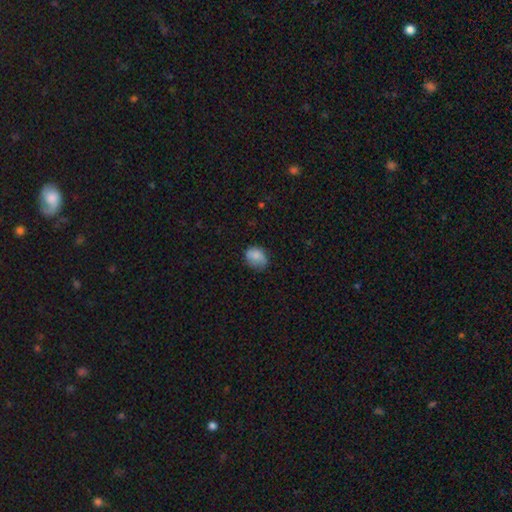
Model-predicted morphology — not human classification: Smooth or featured: smooth — 80% (featured or disk — 11%)
How rounded: in between — 54% (round — 45%)
Merging: none — 60% (minor disturbance — 30%)